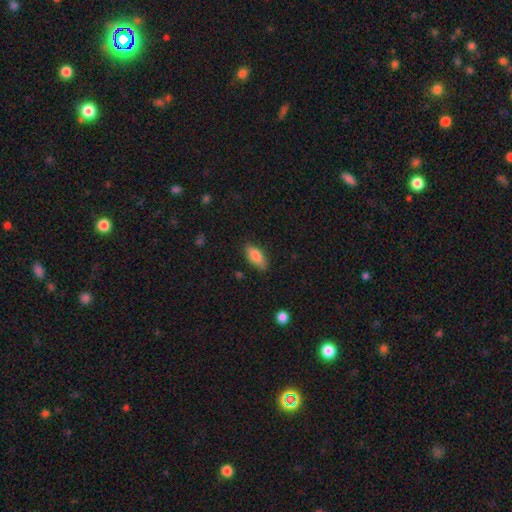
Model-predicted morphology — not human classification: type=smooth (82%); roundness=in between (83%); merging=none (82%).